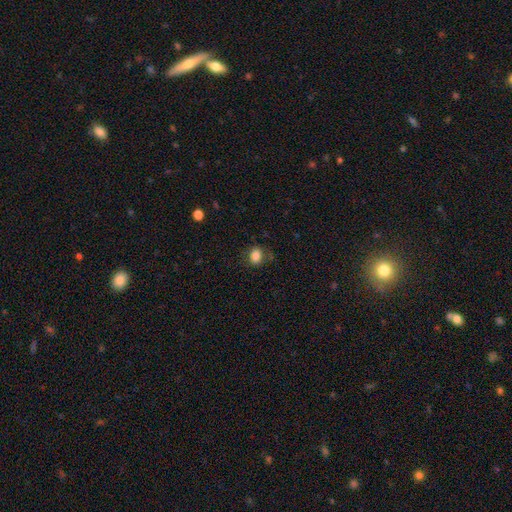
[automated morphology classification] Overall: smooth (84%). How rounded: in between (61%; round 38%). Merging: none (75%).